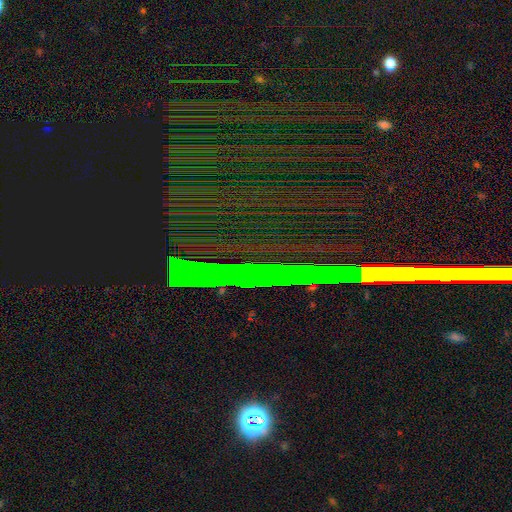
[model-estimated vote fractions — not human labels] Smooth or featured? star or artifact (80%)